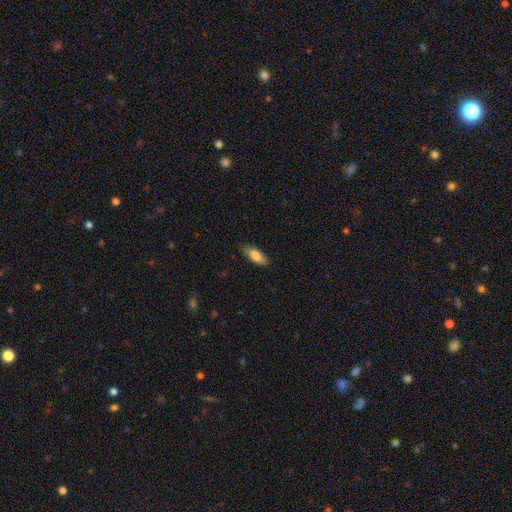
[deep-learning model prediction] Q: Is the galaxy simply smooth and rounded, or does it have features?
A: smooth — 81%.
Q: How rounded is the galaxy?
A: in between — 74%.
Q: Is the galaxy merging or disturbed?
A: none — 82%.